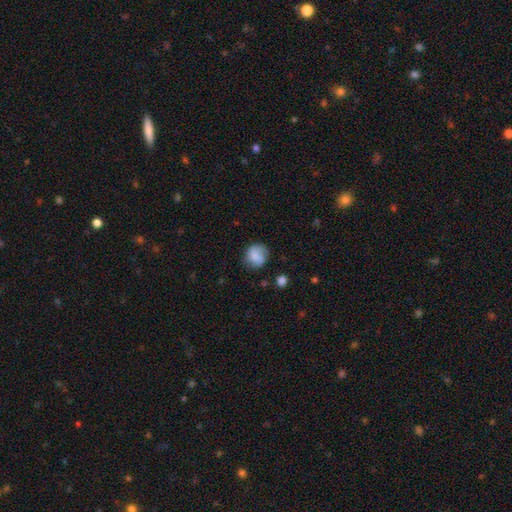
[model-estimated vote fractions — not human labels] A smooth galaxy with no disk features (75%) that is round (79%).

Vote fractions:
- Smooth or featured? smooth: 75% / featured or disk: 17% / star or artifact: 8%
- How rounded? round: 79% / in between: 20% / cigar-shaped: 1%
- Merging? none: 68% / minor disturbance: 22% / major disturbance: 8% / merger: 2%